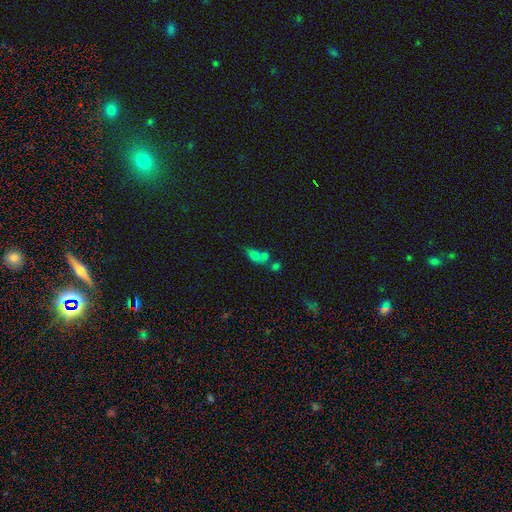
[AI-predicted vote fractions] A smooth galaxy with no disk features (68%) that is in between round and cigar-shaped (73%). Merging: merger (57%).